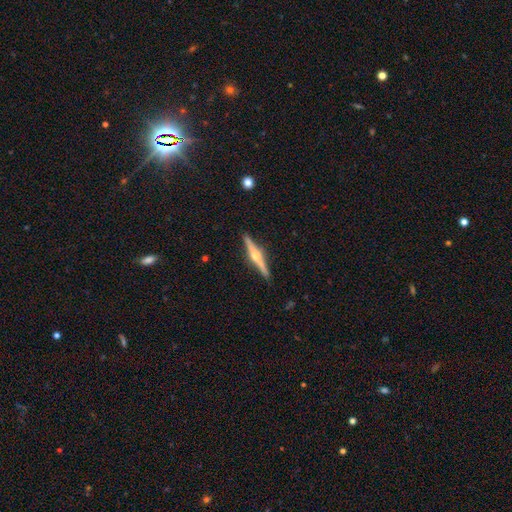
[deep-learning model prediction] Morphology: type=featured or disk (80%); edge-on=yes (98%); edge-on bulge=rounded (95%); merging=none (90%).